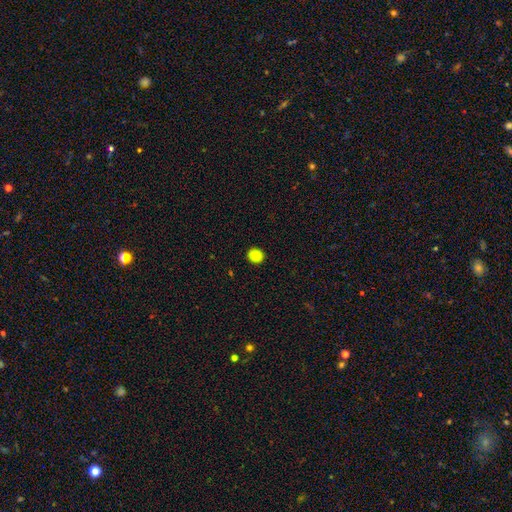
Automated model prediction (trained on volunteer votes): Morphology: type=smooth (87%); roundness=round (86%); merging=none (92%).